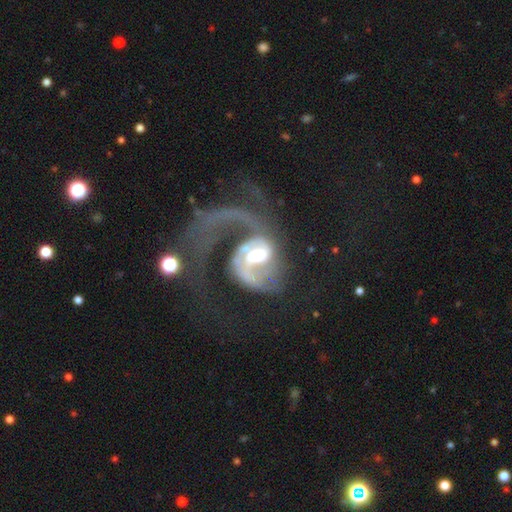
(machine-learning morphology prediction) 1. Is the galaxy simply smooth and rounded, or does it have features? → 83% featured or disk, 10% smooth, 7% star or artifact.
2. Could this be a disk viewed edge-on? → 97% no, 3% yes.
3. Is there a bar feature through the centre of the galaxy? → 46% weak, 30% no, 24% strong.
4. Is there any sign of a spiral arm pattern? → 90% yes, 10% no.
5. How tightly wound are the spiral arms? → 57% loose, 32% medium, 11% tight.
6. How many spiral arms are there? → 46% 1, 38% 2, 8% can't tell, 4% 3, 2% 4, 2% more than 4.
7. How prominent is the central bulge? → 51% moderate, 31% large, 10% small, 5% dominant, 3% none.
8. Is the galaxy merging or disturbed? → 58% major disturbance, 20% none, 13% merger, 10% minor disturbance.